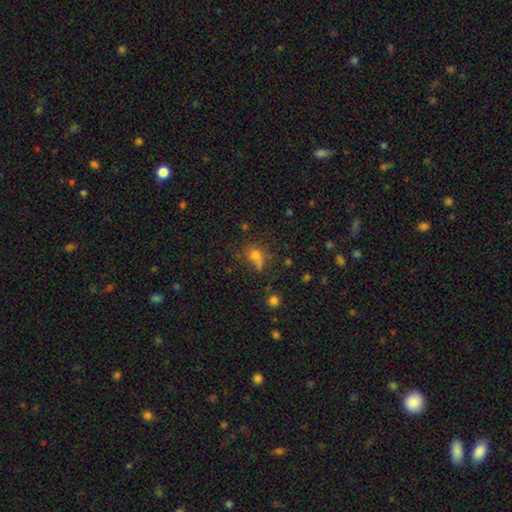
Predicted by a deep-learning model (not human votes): Overall: smooth (64%). How rounded: round (58%; in between 38%). Merging: none (49%; minor disturbance 19%).